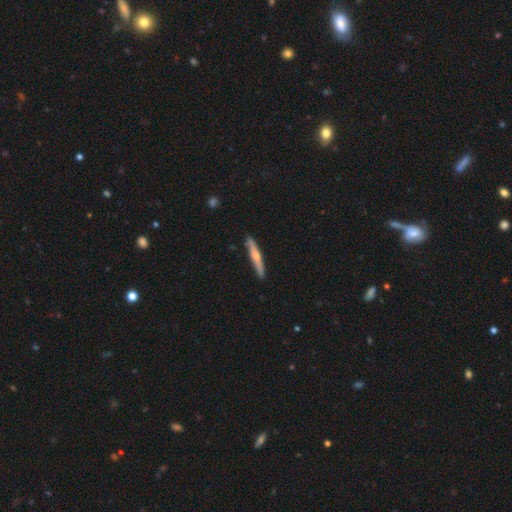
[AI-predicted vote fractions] Smooth or featured? featured or disk (49%)
Merging? none (87%)